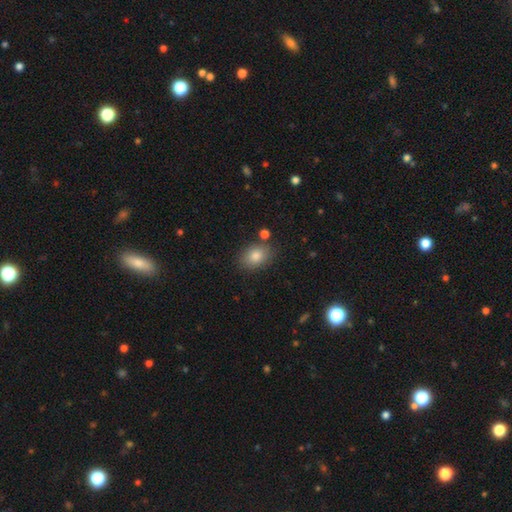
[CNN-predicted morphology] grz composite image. It shows a smooth galaxy with no disk features (82%) that is in between round and cigar-shaped (73%). Merging: none (81%).